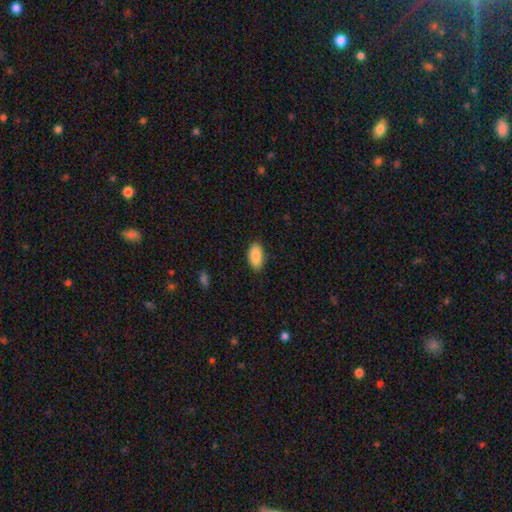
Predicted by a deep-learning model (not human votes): Q: Smooth or featured?
A: smooth (88%); runner-up: star or artifact (6%)
Q: How rounded?
A: in between (93%); runner-up: cigar-shaped (3%)
Q: Merging?
A: none (86%); runner-up: minor disturbance (11%)